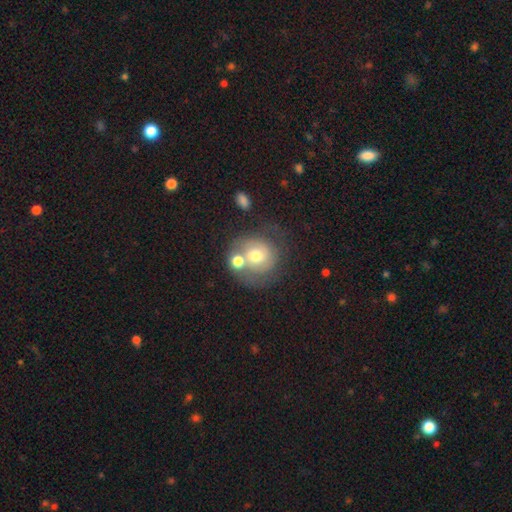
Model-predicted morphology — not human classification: smooth-or-featured: smooth: 47% | featured or disk: 44% | star or artifact: 9%
  merging: none: 43% | merger: 29% | minor disturbance: 16% | major disturbance: 12%